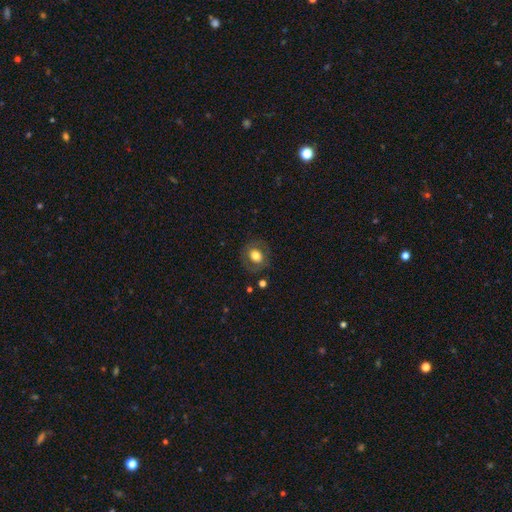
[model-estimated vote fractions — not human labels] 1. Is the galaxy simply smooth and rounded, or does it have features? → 66% smooth, 25% featured or disk, 9% star or artifact.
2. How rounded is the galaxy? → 63% round, 36% in between, 1% cigar-shaped.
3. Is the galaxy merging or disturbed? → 79% none, 13% minor disturbance, 7% major disturbance, 1% merger.